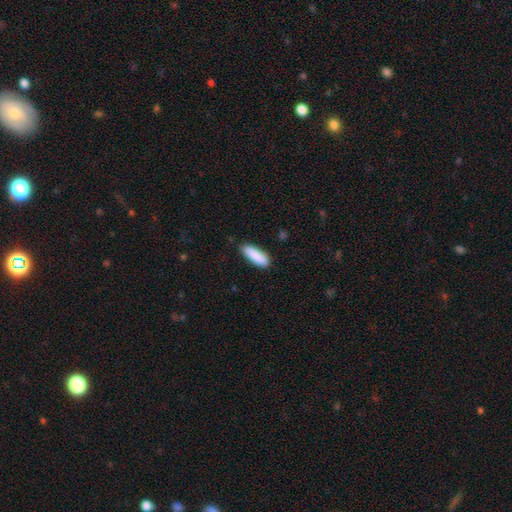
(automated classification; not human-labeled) The model was most divided on "how rounded": in between: 50%, cigar-shaped: 48%, round: 2%. More confident: smooth or featured — smooth (89%); merging — none (86%).